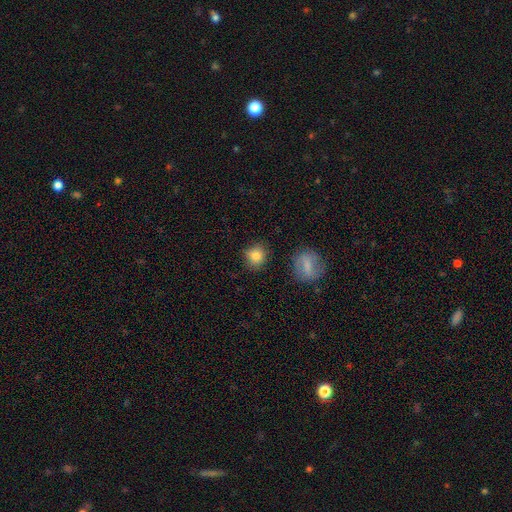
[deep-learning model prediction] The model was most divided on "how rounded": round: 83%, in between: 16%, cigar-shaped: 1%. More confident: smooth or featured — smooth (84%); merging — none (81%).